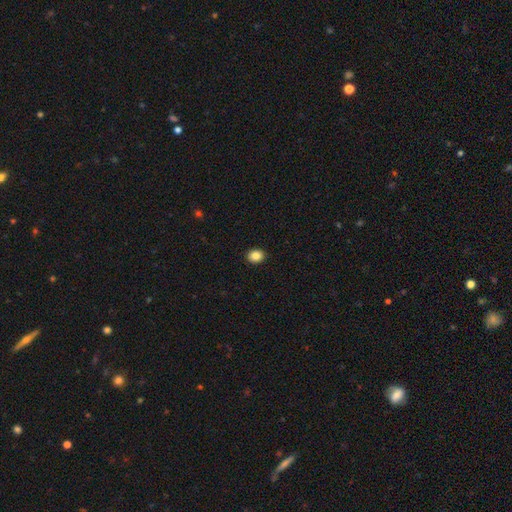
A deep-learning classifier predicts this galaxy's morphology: type=smooth (85%); roundness=round (51%); merging=none (92%).